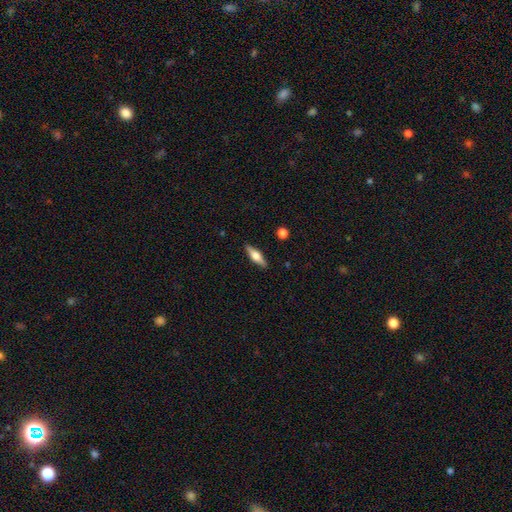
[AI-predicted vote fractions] Morphology: type=featured or disk (48%); merging=none (89%).